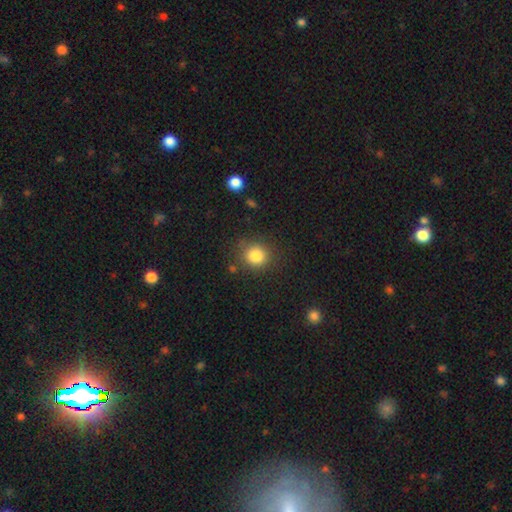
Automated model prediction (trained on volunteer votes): A smooth galaxy with no disk features (83%) that is round (86%).

Vote fractions:
- Smooth or featured? smooth: 83% / star or artifact: 11% / featured or disk: 6%
- How rounded? round: 86% / in between: 13% / cigar-shaped: 1%
- Merging? none: 83% / minor disturbance: 10% / major disturbance: 4% / merger: 3%